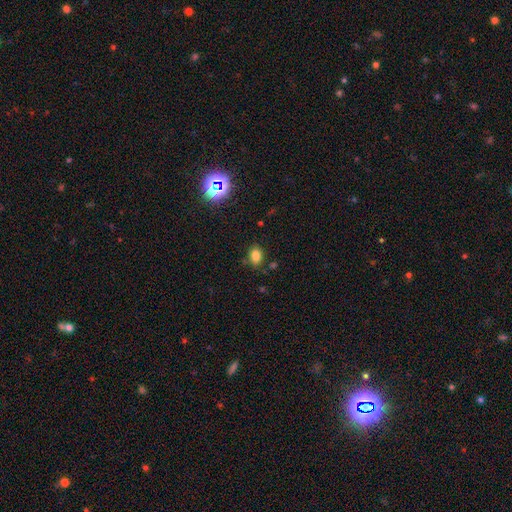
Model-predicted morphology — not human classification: A smooth galaxy with no disk features (80%) that is in between round and cigar-shaped (70%).

Vote fractions:
- Smooth or featured? smooth: 80% / star or artifact: 14% / featured or disk: 6%
- How rounded? in between: 70% / round: 28% / cigar-shaped: 1%
- Merging? none: 79% / minor disturbance: 14% / merger: 4% / major disturbance: 3%